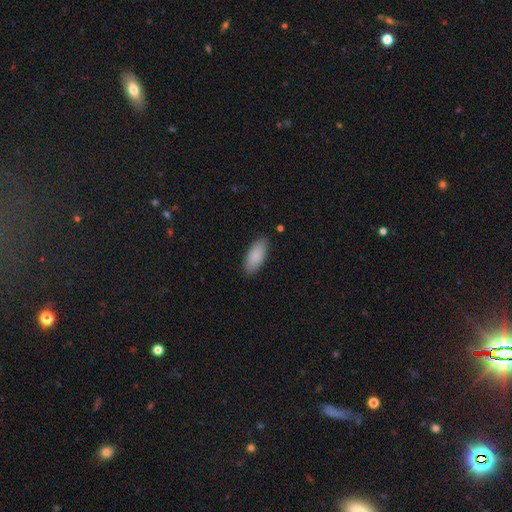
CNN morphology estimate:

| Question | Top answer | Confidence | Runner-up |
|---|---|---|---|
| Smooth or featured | smooth | 89% | star or artifact (6%) |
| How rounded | in between | 81% | cigar-shaped (17%) |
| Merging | none | 87% | minor disturbance (10%) |